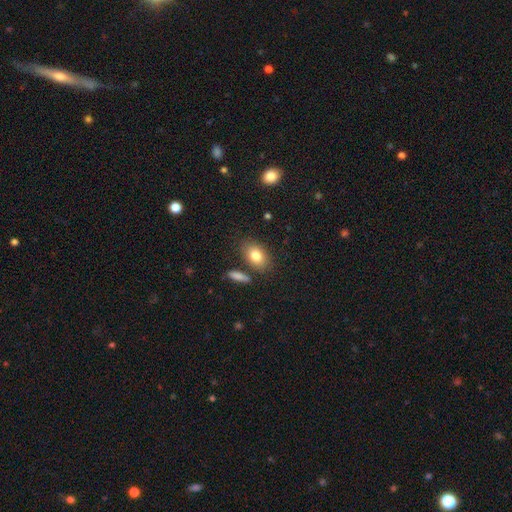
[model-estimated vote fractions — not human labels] Overall: smooth (81%). How rounded: in between (83%). Merging: none (77%).